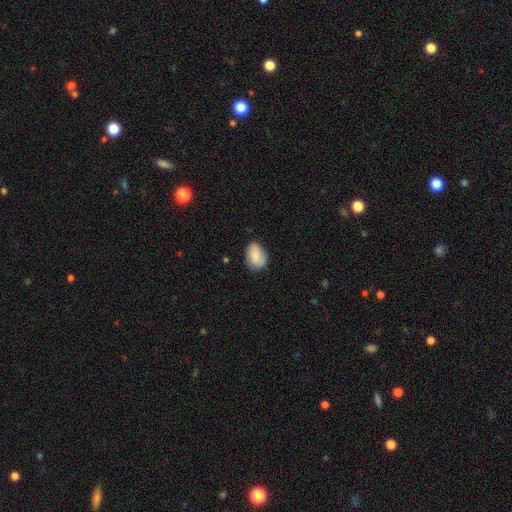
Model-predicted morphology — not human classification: A smooth galaxy with no disk features (78%) that is in between round and cigar-shaped (76%). Merging: none (72%).